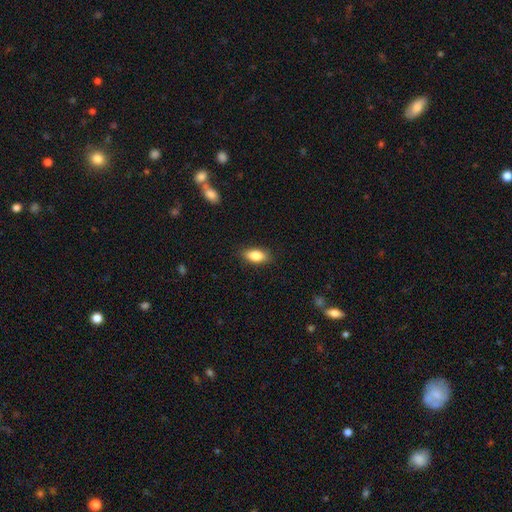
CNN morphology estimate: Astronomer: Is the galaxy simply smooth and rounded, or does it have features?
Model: smooth — 84%.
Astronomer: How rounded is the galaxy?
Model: in between — 85%.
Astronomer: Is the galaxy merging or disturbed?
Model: none — 87%.